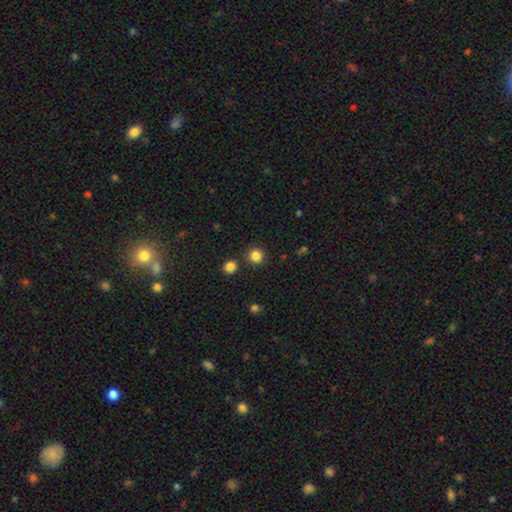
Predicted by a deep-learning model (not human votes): A smooth galaxy with no disk features (84%) that is round (93%).

Vote fractions:
- Smooth or featured? smooth: 84% / star or artifact: 12% / featured or disk: 4%
- How rounded? round: 93% / in between: 6% / cigar-shaped: 1%
- Merging? none: 86% / minor disturbance: 6% / merger: 6% / major disturbance: 2%